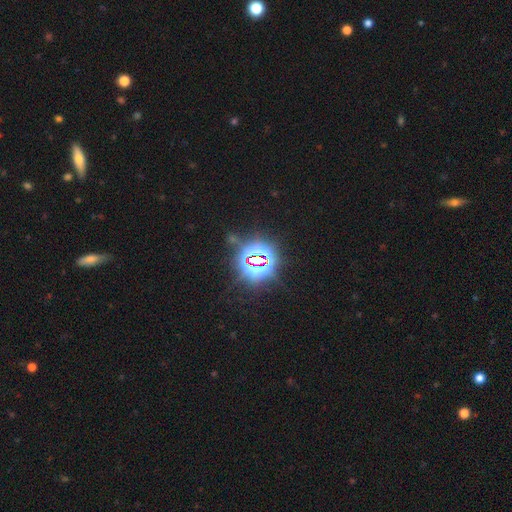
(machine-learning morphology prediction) type=star or artifact (81%).